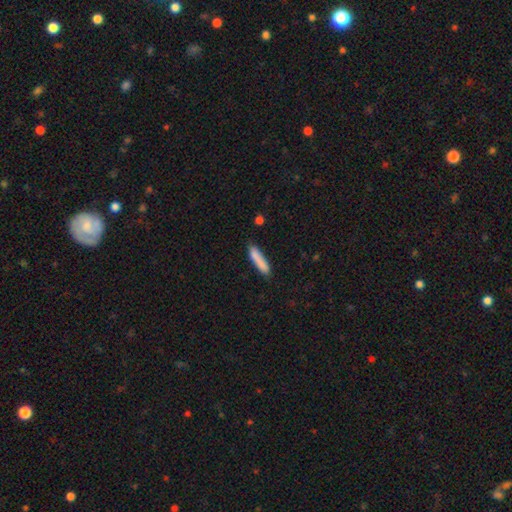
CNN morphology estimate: Smooth or featured? smooth (84%)
How rounded? cigar-shaped (83%)
Merging? none (78%)